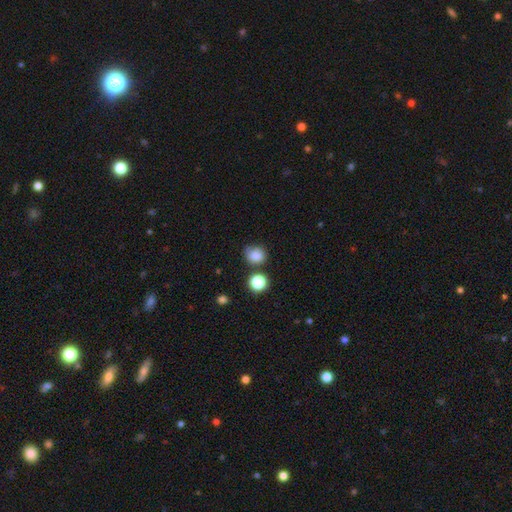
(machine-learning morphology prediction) Overall: smooth (81%). How rounded: round (76%). Merging: none (63%).